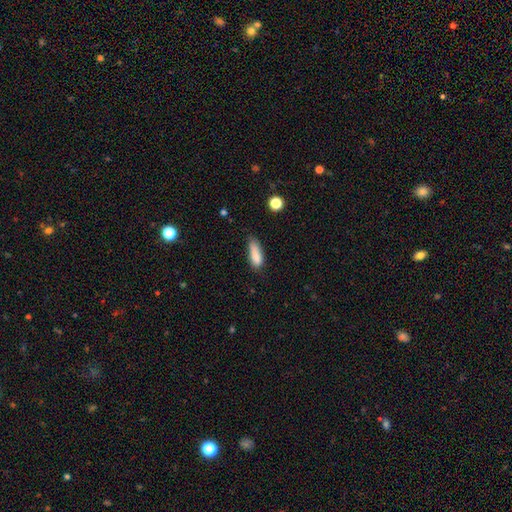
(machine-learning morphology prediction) This is clearly a smooth galaxy (83%). How rounded: possibly in between (58%). Merging: possibly none (53%).